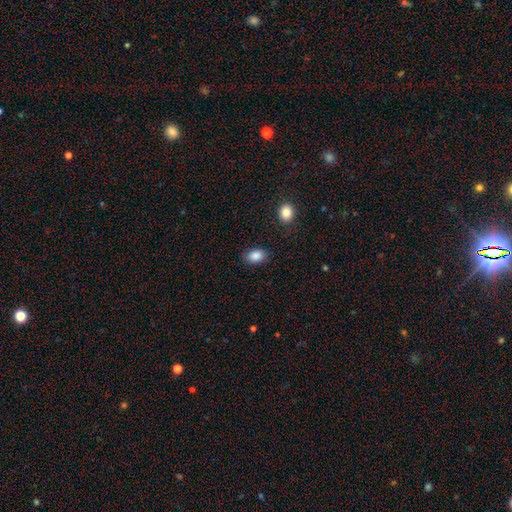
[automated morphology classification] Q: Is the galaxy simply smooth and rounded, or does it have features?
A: smooth — 87%.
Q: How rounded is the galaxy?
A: in between — 83%.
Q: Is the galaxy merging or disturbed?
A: none — 84%.